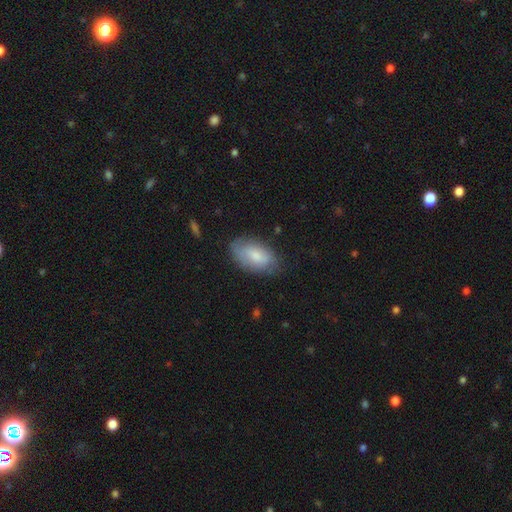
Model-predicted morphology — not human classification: A smooth galaxy with no disk features (73%) that is in between round and cigar-shaped (93%). Merging: none (70%).